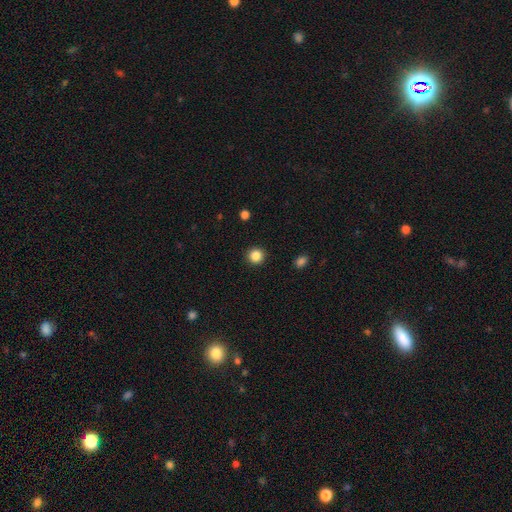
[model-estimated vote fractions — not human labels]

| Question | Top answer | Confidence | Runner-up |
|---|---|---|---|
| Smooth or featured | smooth | 86% | star or artifact (11%) |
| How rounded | round | 94% | in between (5%) |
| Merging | none | 92% | minor disturbance (5%) |